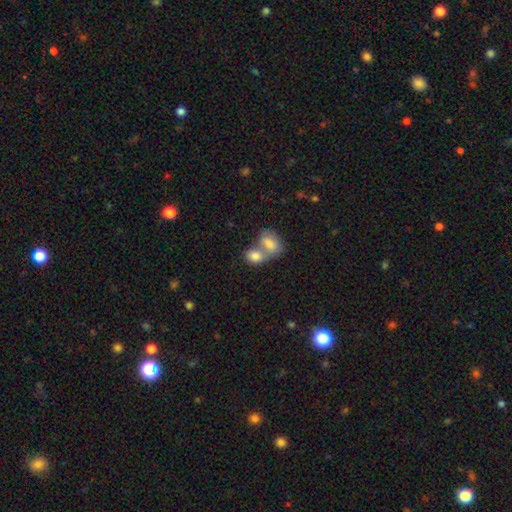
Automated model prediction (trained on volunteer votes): smooth-or-featured: smooth: 80% | featured or disk: 13% | star or artifact: 7%
  how-rounded: in between: 77% | round: 21% | cigar-shaped: 2%
  merging: merger: 72% | none: 19% | minor disturbance: 6% | major disturbance: 3%